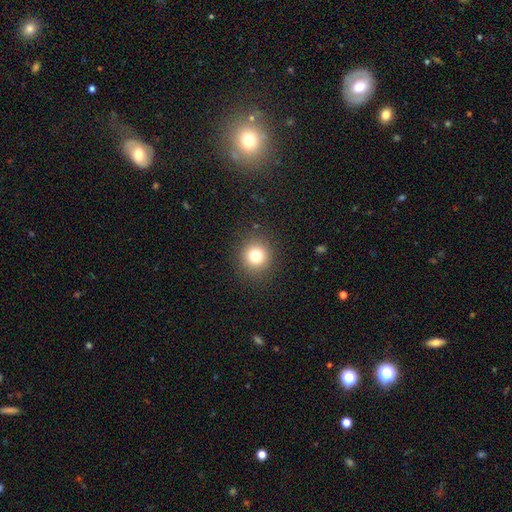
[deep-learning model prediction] Smooth or featured: smooth — 79% (star or artifact — 13%)
How rounded: round — 92% (in between — 7%)
Merging: none — 90% (minor disturbance — 7%)